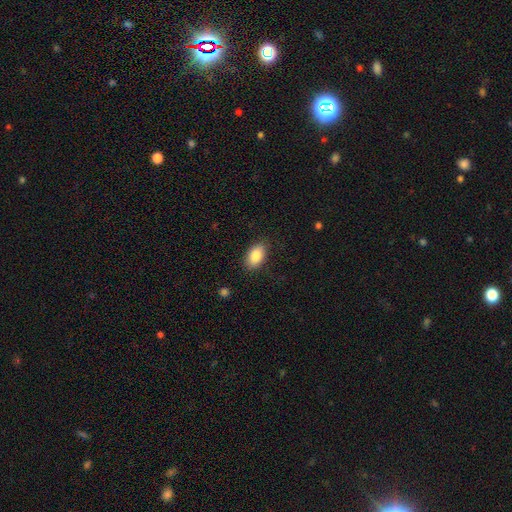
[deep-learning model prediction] smooth_or_featured: smooth (p=0.85) [alt: featured or disk p=0.08]
how_rounded: in between (p=0.91) [alt: round p=0.07]
merging: none (p=0.85) [alt: minor disturbance p=0.11]